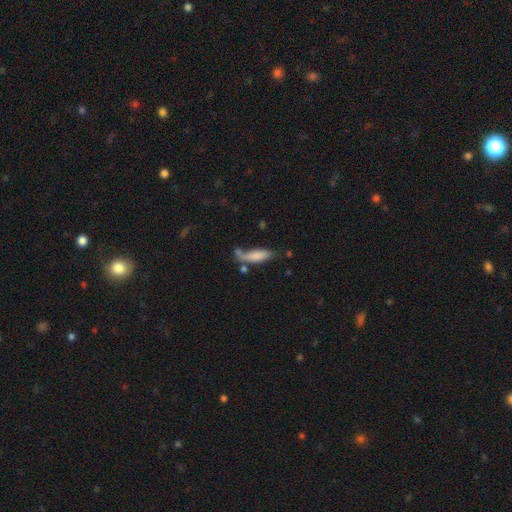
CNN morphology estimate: Smooth or featured?
  - smooth: 76% *
  - featured or disk: 17%
  - star or artifact: 7%
How rounded?
  - cigar-shaped: 53% *
  - in between: 45%
  - round: 2%
Merging?
  - none: 47% *
  - minor disturbance: 23%
  - merger: 19%
  - major disturbance: 11%